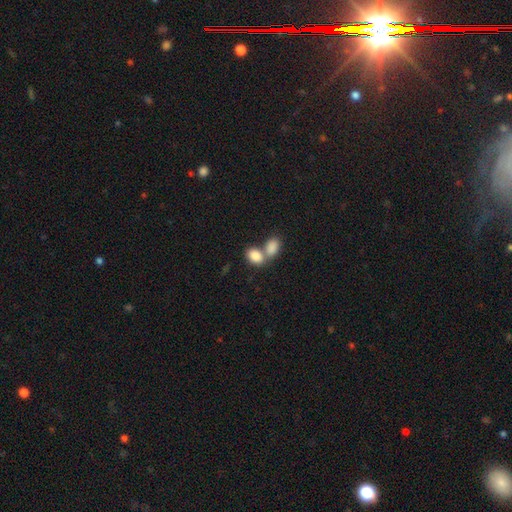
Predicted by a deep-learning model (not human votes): A smooth galaxy with no disk features (85%) that is in between round and cigar-shaped (85%).

Vote fractions:
- Smooth or featured? smooth: 85% / featured or disk: 8% / star or artifact: 8%
- How rounded? in between: 85% / round: 14% / cigar-shaped: 1%
- Merging? merger: 62% / none: 28% / minor disturbance: 7% / major disturbance: 3%